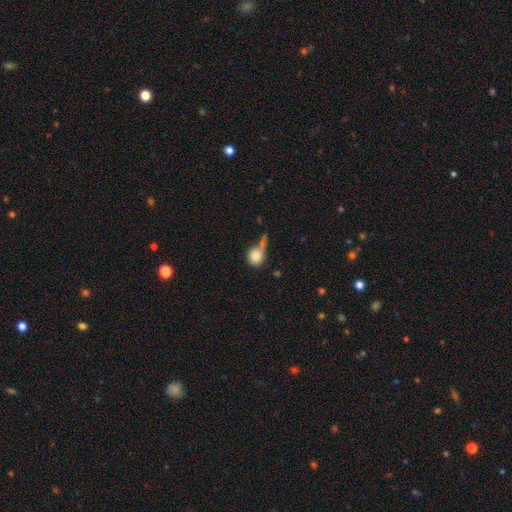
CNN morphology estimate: This appears to be a smooth galaxy with no disk features (79%) that is round (61%). Merging: none (31%).